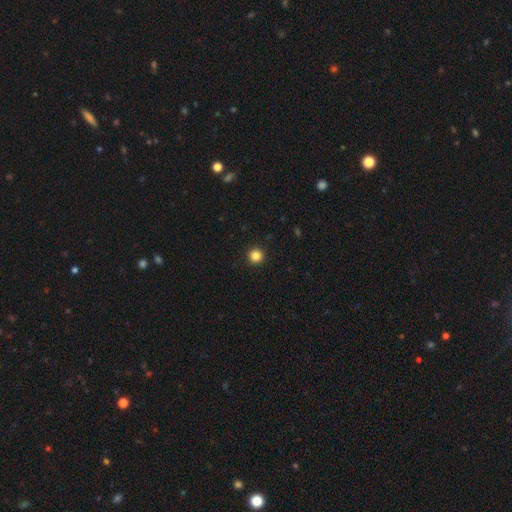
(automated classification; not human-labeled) smooth_or_featured: smooth (p=0.85) [alt: star or artifact p=0.12]
how_rounded: round (p=0.96) [alt: in between p=0.03]
merging: none (p=0.94) [alt: minor disturbance p=0.04]